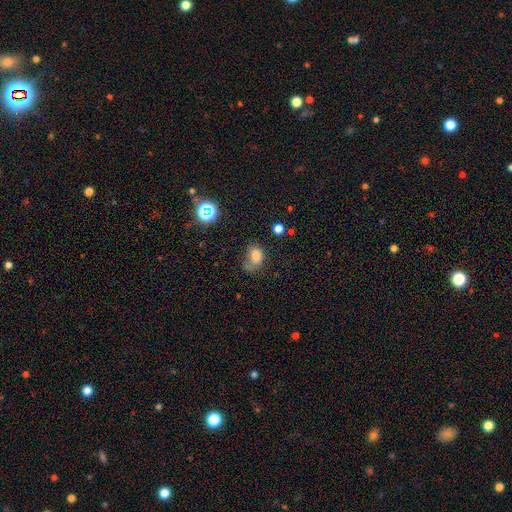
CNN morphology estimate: This is likely a smooth galaxy (75%). How rounded: likely in between (72%). Merging: marginally none (40%).